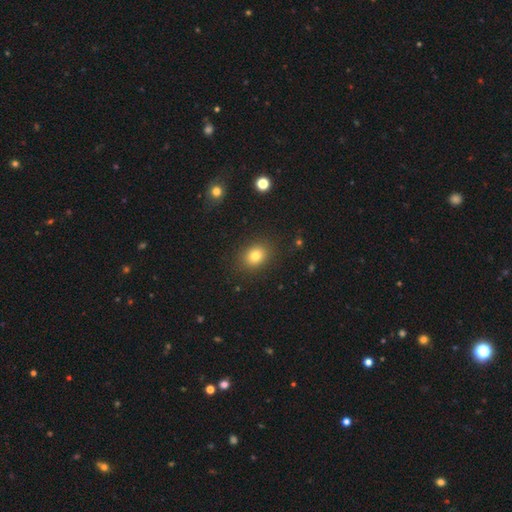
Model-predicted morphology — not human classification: Smooth or featured?
  - smooth: 80% *
  - star or artifact: 12%
  - featured or disk: 8%
How rounded?
  - round: 50% *
  - in between: 49%
  - cigar-shaped: 1%
Merging?
  - none: 88% *
  - minor disturbance: 8%
  - major disturbance: 3%
  - merger: 1%